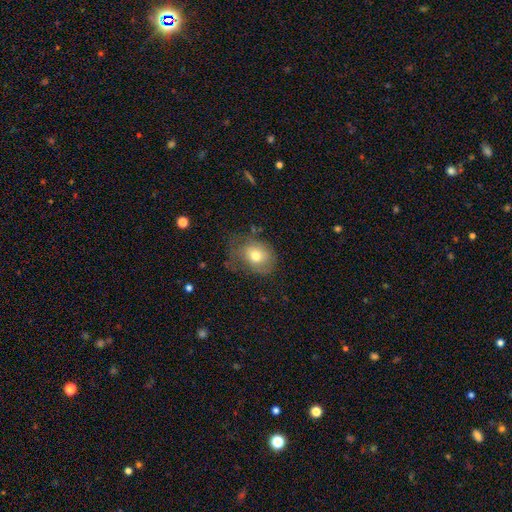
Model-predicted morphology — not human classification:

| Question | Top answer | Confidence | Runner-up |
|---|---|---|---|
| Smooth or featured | smooth | 70% | featured or disk (20%) |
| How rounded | in between | 54% | round (45%) |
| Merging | none | 50% | minor disturbance (30%) |